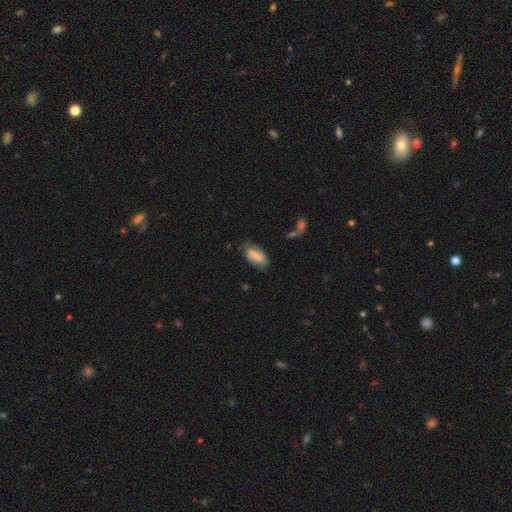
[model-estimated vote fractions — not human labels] smooth-or-featured: smooth: 56% | featured or disk: 37% | star or artifact: 8%
  how-rounded: in between: 90% | cigar-shaped: 7% | round: 4%
  merging: none: 68% | minor disturbance: 22% | major disturbance: 7% | merger: 3%